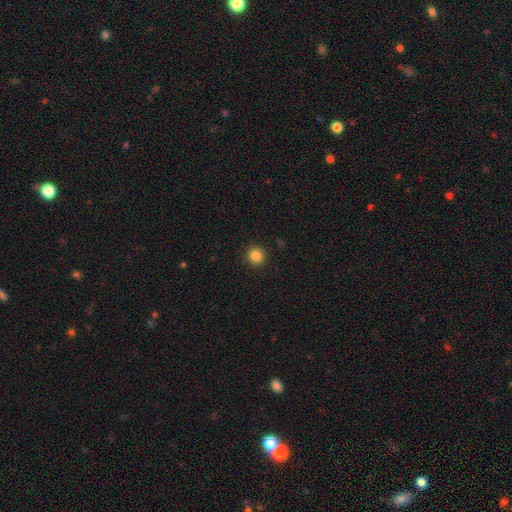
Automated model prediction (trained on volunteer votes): Smooth or featured? smooth (86%)
How rounded? round (94%)
Merging? none (90%)